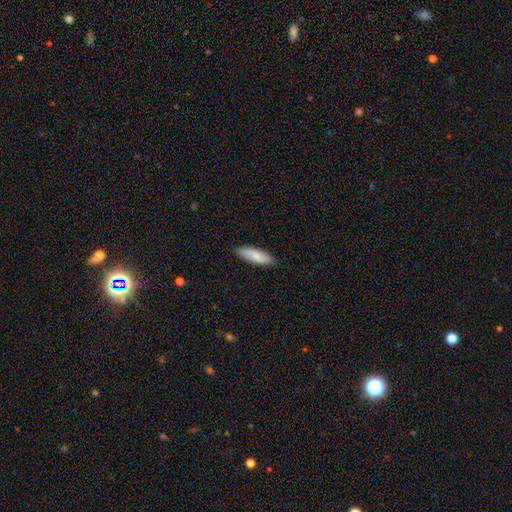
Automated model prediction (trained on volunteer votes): smooth_or_featured: smooth (p=0.85) [alt: featured or disk p=0.10]
how_rounded: cigar-shaped (p=0.50) [alt: in between p=0.49]
merging: none (p=0.88) [alt: minor disturbance p=0.09]